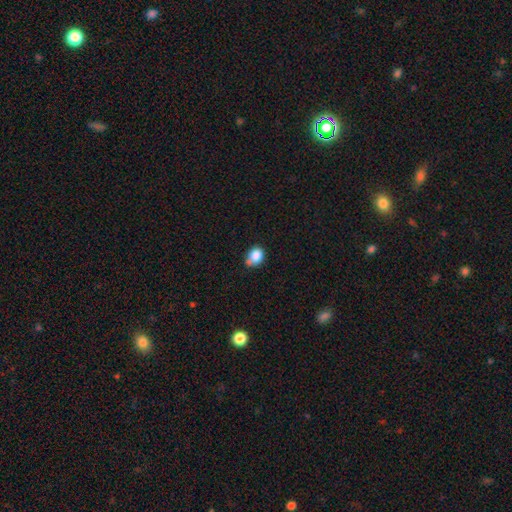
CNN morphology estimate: Q: Smooth or featured?
A: smooth (83%); runner-up: star or artifact (10%)
Q: How rounded?
A: round (51%); runner-up: in between (48%)
Q: Merging?
A: none (49%); runner-up: minor disturbance (31%)